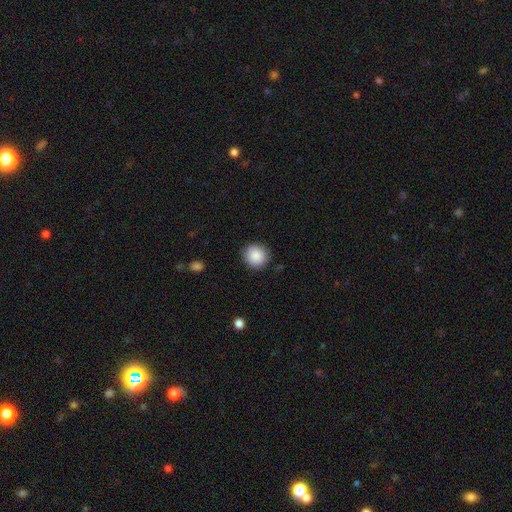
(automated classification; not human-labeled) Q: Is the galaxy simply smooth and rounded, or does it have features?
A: smooth — 88%.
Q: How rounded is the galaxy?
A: round — 92%.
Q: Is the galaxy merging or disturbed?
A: none — 90%.